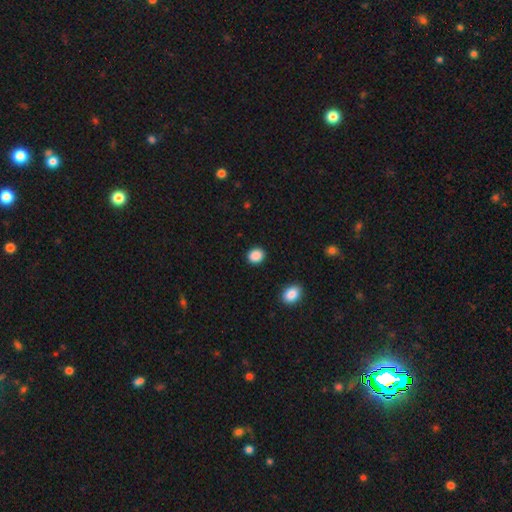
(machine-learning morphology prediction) Smooth or featured? smooth (89%)
How rounded? round (64%)
Merging? none (90%)